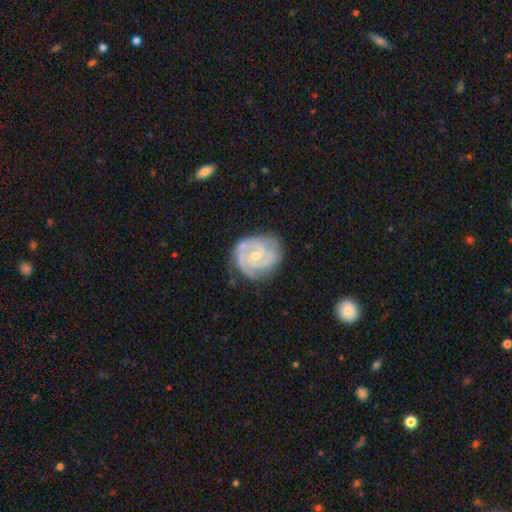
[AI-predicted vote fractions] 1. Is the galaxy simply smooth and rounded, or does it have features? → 90% featured or disk, 6% smooth, 4% star or artifact.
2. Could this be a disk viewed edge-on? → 98% no, 2% yes.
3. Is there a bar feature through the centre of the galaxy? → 57% no, 35% weak, 8% strong.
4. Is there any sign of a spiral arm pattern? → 98% yes, 2% no.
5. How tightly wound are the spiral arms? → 71% tight, 26% medium, 3% loose.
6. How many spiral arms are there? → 47% 2, 34% 3, 9% can't tell, 4% 4, 3% 1, 3% more than 4.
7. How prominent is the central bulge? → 59% small, 37% moderate, 1% none, 1% large, 1% dominant.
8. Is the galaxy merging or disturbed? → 75% none, 19% minor disturbance, 5% major disturbance, 2% merger.